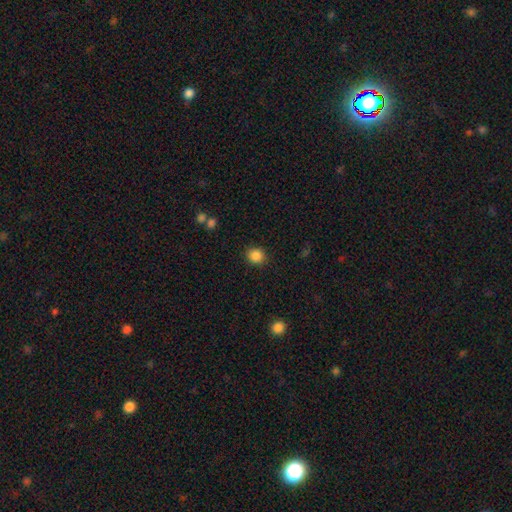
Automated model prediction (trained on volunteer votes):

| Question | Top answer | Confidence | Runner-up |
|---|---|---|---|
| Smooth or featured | smooth | 86% | star or artifact (10%) |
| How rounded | round | 83% | in between (16%) |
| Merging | none | 89% | minor disturbance (7%) |